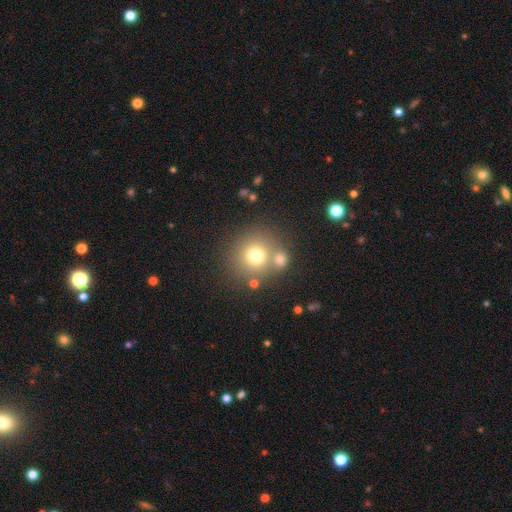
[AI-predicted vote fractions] Q: Smooth or featured?
A: smooth (72%); runner-up: star or artifact (14%)
Q: How rounded?
A: round (91%); runner-up: in between (9%)
Q: Merging?
A: none (64%); runner-up: merger (23%)